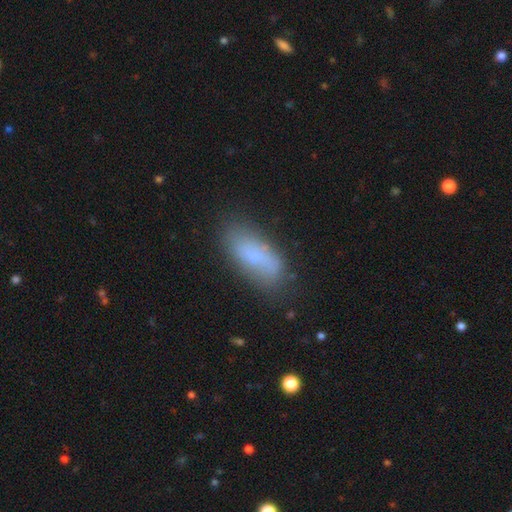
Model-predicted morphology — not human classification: A smooth galaxy with no disk features (73%) that is in between round and cigar-shaped (77%).

Vote fractions:
- Smooth or featured? smooth: 73% / featured or disk: 18% / star or artifact: 9%
- How rounded? in between: 77% / cigar-shaped: 21% / round: 3%
- Merging? none: 68% / minor disturbance: 22% / major disturbance: 7% / merger: 3%